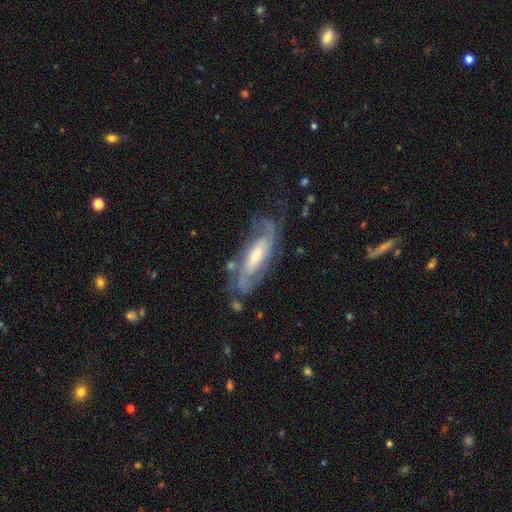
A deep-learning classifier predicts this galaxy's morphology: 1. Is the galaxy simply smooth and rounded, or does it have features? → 84% featured or disk, 11% smooth, 5% star or artifact.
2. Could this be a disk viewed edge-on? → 87% no, 13% yes.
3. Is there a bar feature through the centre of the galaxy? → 40% weak, 35% no, 25% strong.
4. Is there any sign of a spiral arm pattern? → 94% yes, 6% no.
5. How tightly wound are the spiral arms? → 42% medium, 41% tight, 17% loose.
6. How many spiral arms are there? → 66% 2, 18% can't tell, 7% 3, 3% 1, 3% 4, 2% more than 4.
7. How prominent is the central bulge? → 51% moderate, 31% small, 13% large, 4% none, 2% dominant.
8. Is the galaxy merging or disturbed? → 65% none, 20% minor disturbance, 13% major disturbance, 3% merger.